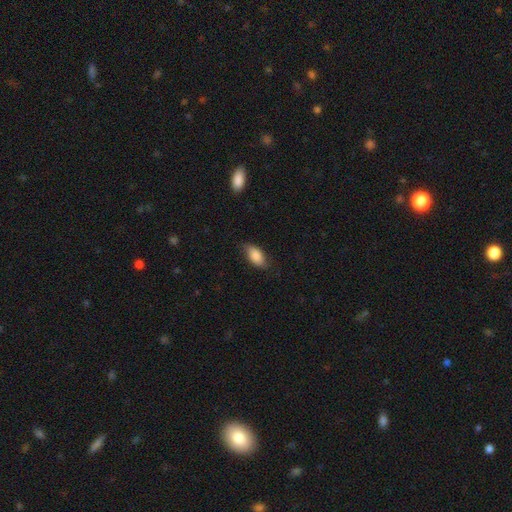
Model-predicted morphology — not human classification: Smooth or featured?
  - smooth: 84% *
  - featured or disk: 10%
  - star or artifact: 7%
How rounded?
  - in between: 91% *
  - cigar-shaped: 6%
  - round: 4%
Merging?
  - none: 73% *
  - minor disturbance: 22%
  - major disturbance: 4%
  - merger: 1%